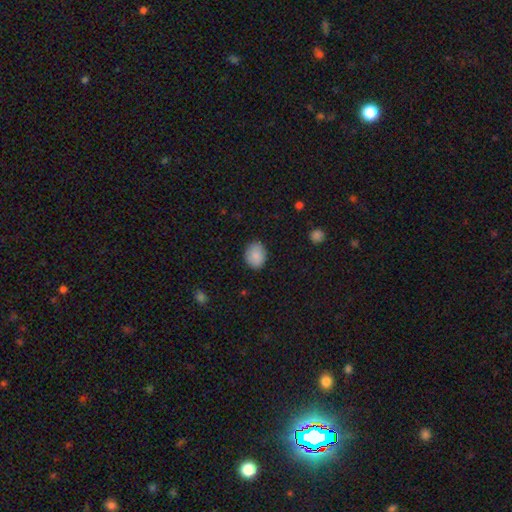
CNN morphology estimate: type=smooth (88%); roundness=in between (56%); merging=none (86%).